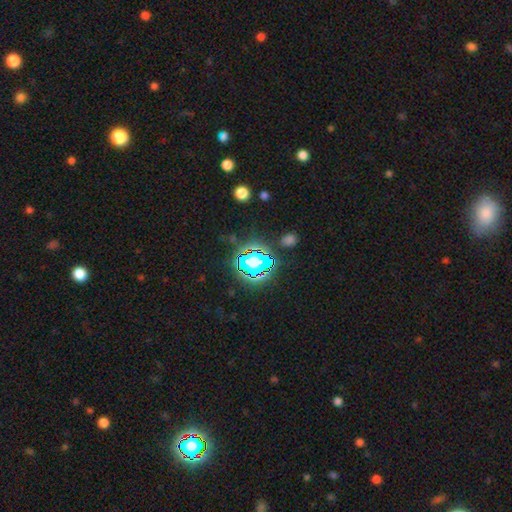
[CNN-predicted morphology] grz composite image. It shows a star or artifact, not a galaxy (79%).